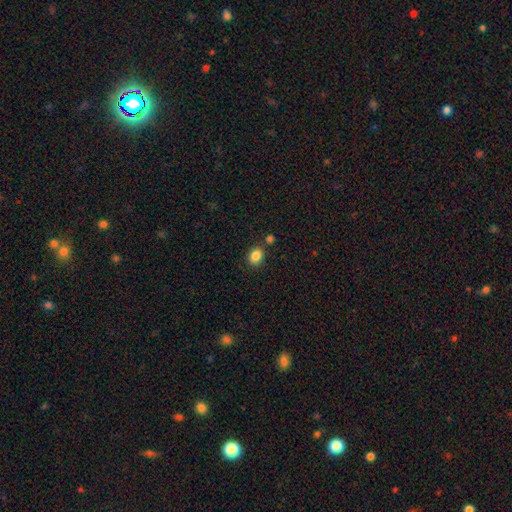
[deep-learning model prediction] Smooth or featured?
  - smooth: 86% *
  - star or artifact: 10%
  - featured or disk: 4%
How rounded?
  - round: 51% *
  - in between: 48%
  - cigar-shaped: 1%
Merging?
  - none: 76% *
  - minor disturbance: 11%
  - merger: 9%
  - major disturbance: 3%